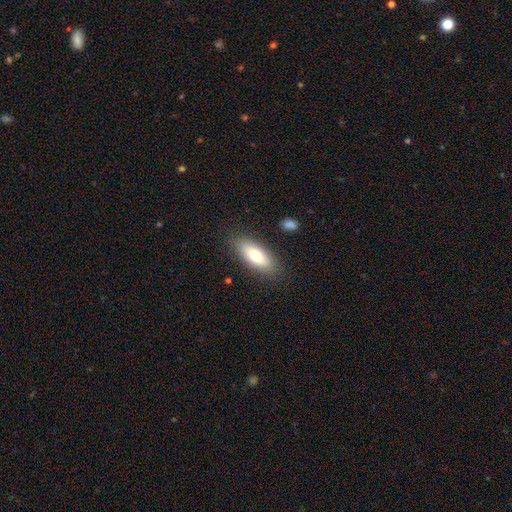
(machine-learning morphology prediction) A smooth galaxy with no disk features (71%) that is in between round and cigar-shaped (77%).

Vote fractions:
- Smooth or featured? smooth: 71% / featured or disk: 23% / star or artifact: 7%
- How rounded? in between: 77% / cigar-shaped: 20% / round: 3%
- Merging? none: 85% / minor disturbance: 10% / major disturbance: 3% / merger: 2%